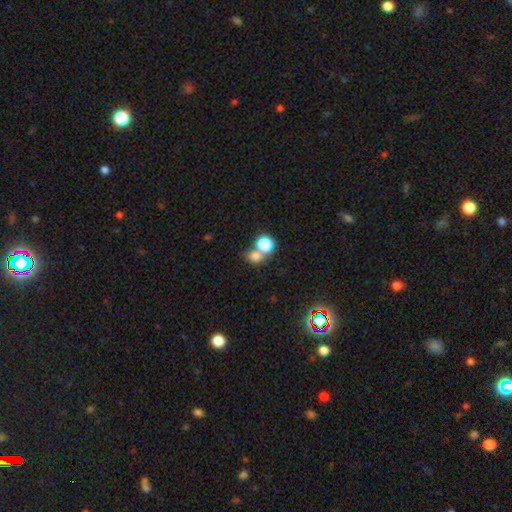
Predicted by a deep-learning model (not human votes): This is likely a smooth galaxy (72%). How rounded: likely round (68%). Merging: possibly none (51%).